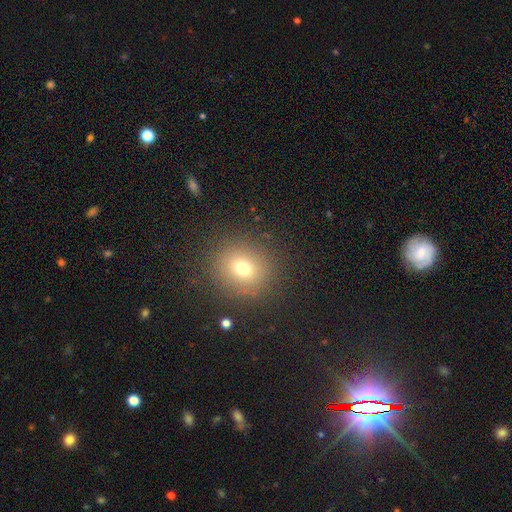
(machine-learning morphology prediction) smooth 57%, star or artifact 31%, featured or disk 12%. Down the decision tree: how rounded — round (86%); merging — none (90%).